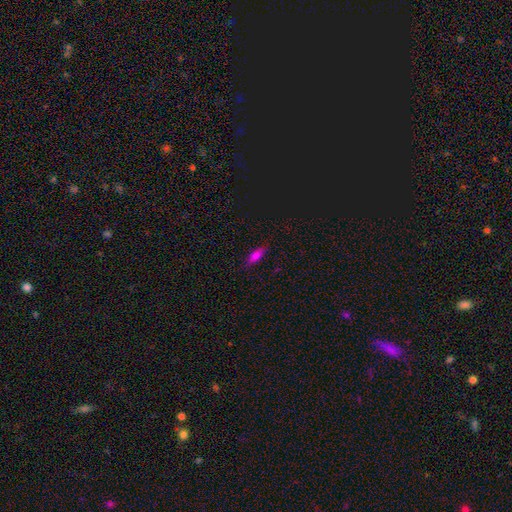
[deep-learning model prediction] A smooth galaxy with no disk features (71%) that is in between round and cigar-shaped (62%). Merging: none (85%).